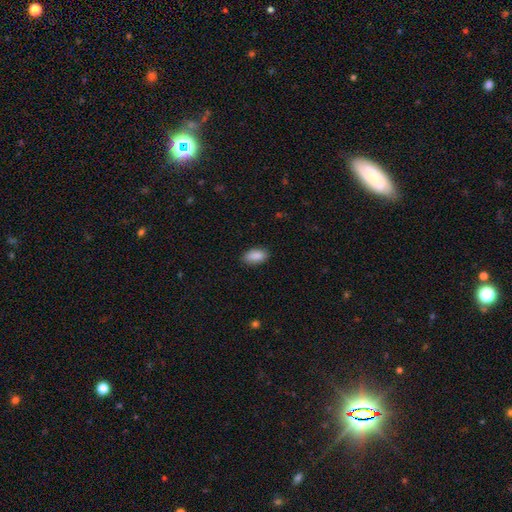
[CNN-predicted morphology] A smooth galaxy with no disk features (89%) that is in between round and cigar-shaped (92%). Merging: none (84%).